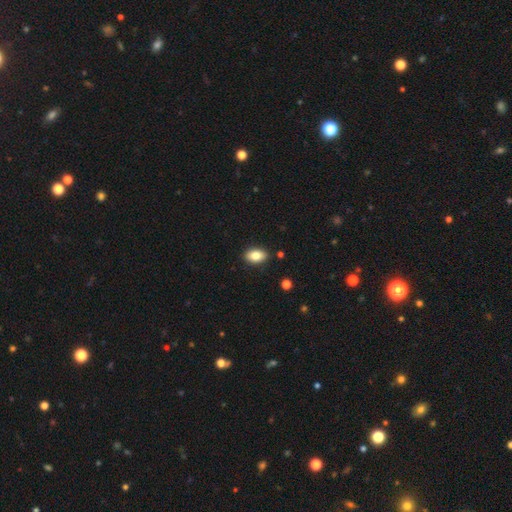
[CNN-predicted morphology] A smooth galaxy with no disk features (82%) that is in between round and cigar-shaped (89%). Merging: none (88%).